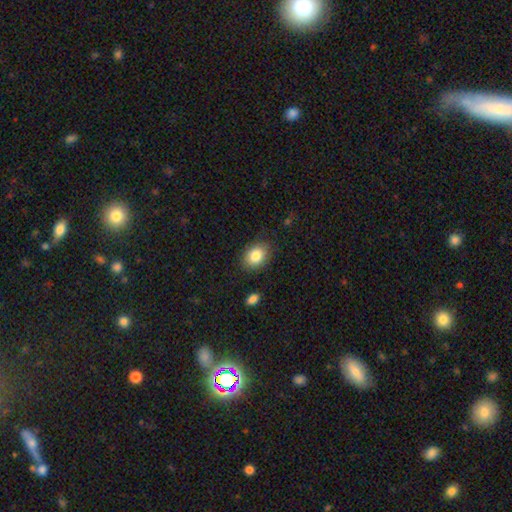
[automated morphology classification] type=smooth (84%); roundness=in between (71%); merging=none (84%).